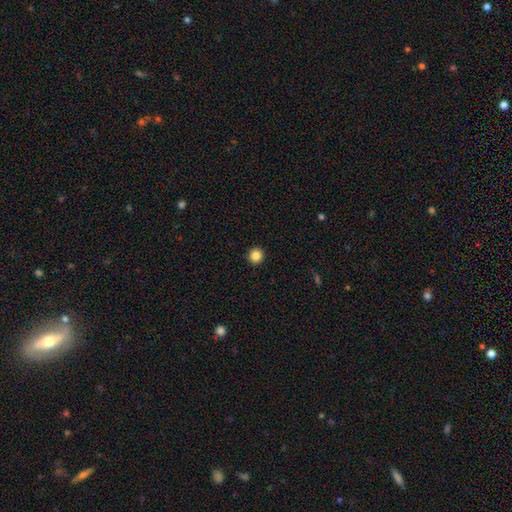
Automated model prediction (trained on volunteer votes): This is clearly a smooth galaxy (85%). How rounded: clearly round (94%). Merging: clearly none (93%).